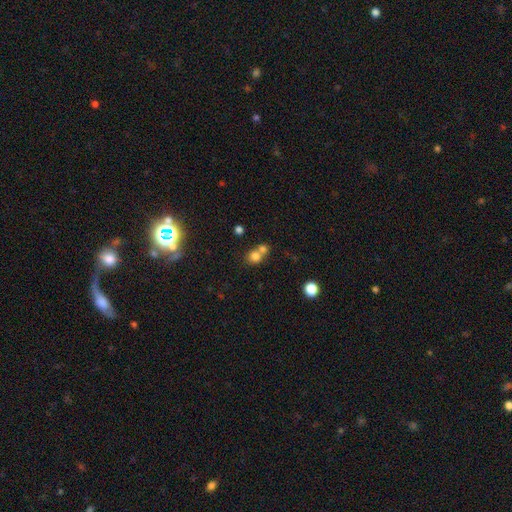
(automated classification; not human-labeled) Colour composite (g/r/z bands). It shows a smooth galaxy with no disk features (77%) that is round (79%). Merging: merger (53%).